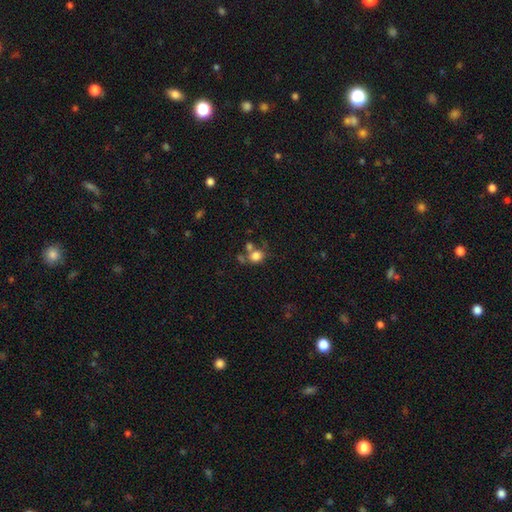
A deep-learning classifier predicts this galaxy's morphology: Smooth or featured: smooth — 78% (star or artifact — 12%)
How rounded: round — 71% (in between — 28%)
Merging: none — 48% (merger — 32%)